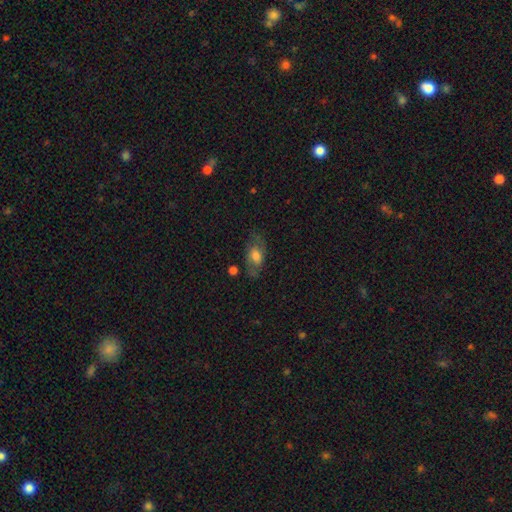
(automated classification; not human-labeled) smooth_or_featured: smooth (p=0.54) [alt: featured or disk p=0.36]
how_rounded: in between (p=0.84) [alt: round p=0.11]
merging: none (p=0.64) [alt: minor disturbance p=0.21]